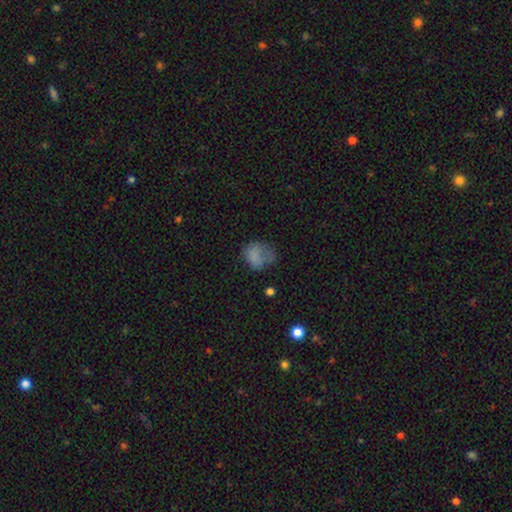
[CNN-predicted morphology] The model was most divided on "merging": none: 38%, major disturbance: 30%, minor disturbance: 29%, merger: 3%. More confident: smooth or featured — smooth (72%); how rounded — round (56%).